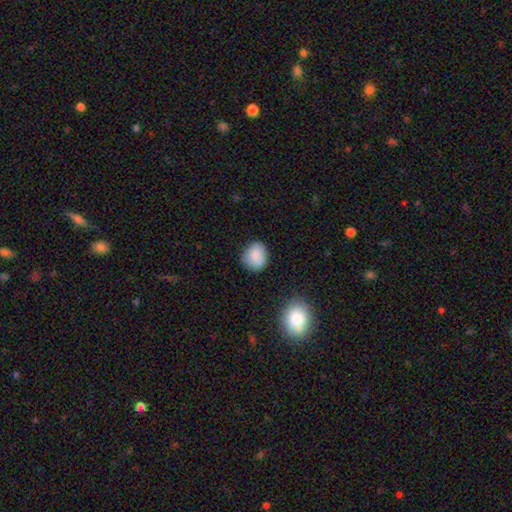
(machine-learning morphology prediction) Smooth or featured? smooth (84%)
How rounded? round (69%)
Merging? none (74%)